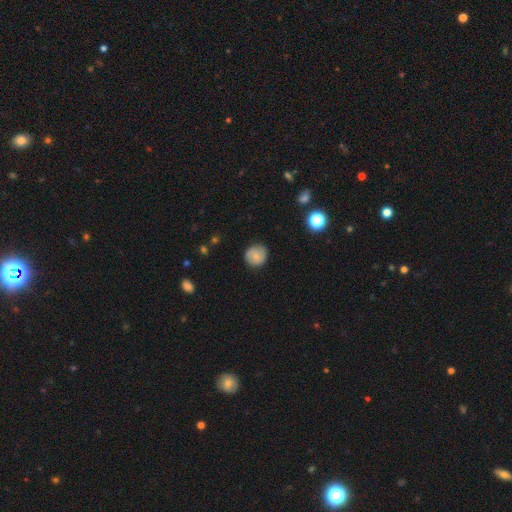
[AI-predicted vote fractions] Morphology: type=smooth (78%); roundness=round (89%); merging=none (82%).